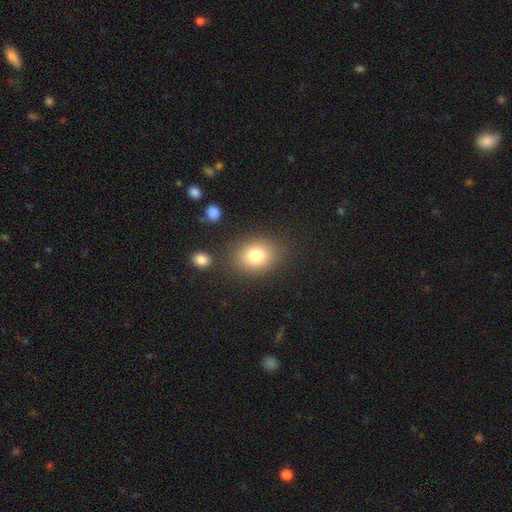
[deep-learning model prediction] Smooth or featured?
  - smooth: 80% *
  - star or artifact: 11%
  - featured or disk: 9%
How rounded?
  - round: 55% *
  - in between: 45%
  - cigar-shaped: 1%
Merging?
  - none: 82% *
  - minor disturbance: 10%
  - major disturbance: 4%
  - merger: 4%